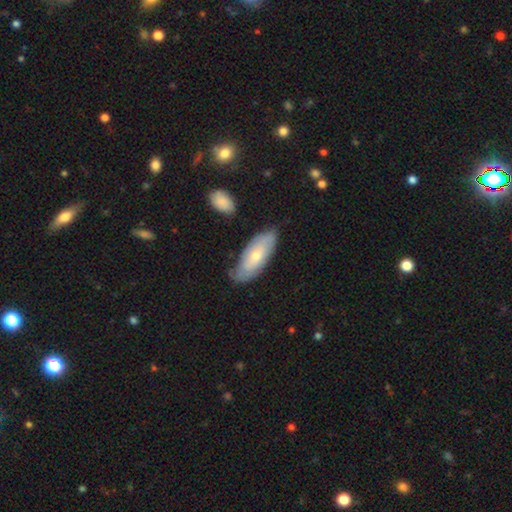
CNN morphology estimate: This is possibly a smooth galaxy (56%). How rounded: likely in between (78%). Merging: likely none (69%).